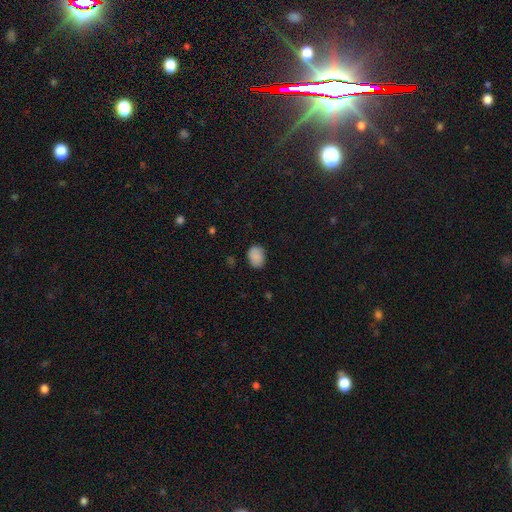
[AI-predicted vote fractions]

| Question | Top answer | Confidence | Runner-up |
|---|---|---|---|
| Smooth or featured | smooth | 86% | star or artifact (10%) |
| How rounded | in between | 68% | round (31%) |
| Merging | none | 79% | minor disturbance (16%) |